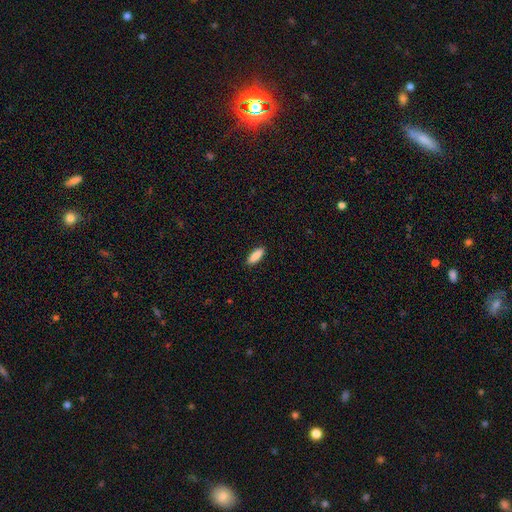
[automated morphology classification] Smooth or featured? Predicted: smooth (p=0.88). How rounded? Predicted: in between (p=0.64). Merging? Predicted: none (p=0.90).